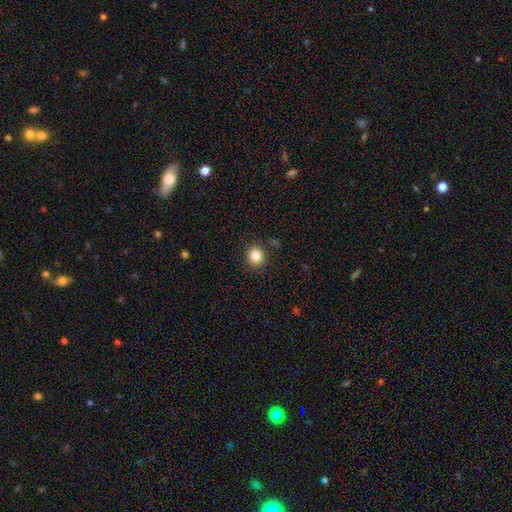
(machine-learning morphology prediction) smooth_or_featured: smooth (p=0.84) [alt: star or artifact p=0.11]
how_rounded: round (p=0.82) [alt: in between p=0.17]
merging: none (p=0.88) [alt: minor disturbance p=0.08]